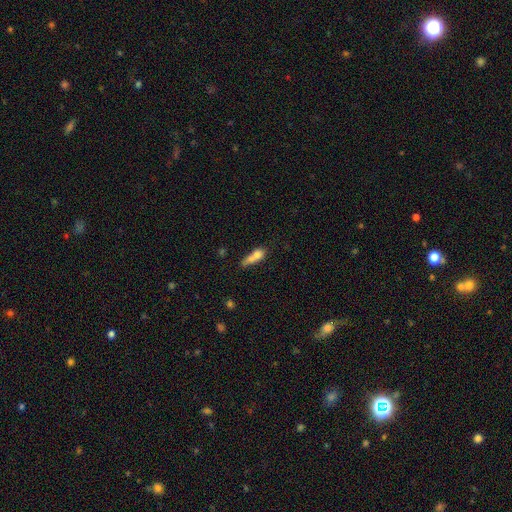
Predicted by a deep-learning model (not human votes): Smooth or featured: smooth — 67% (featured or disk — 22%)
How rounded: in between — 50% (cigar-shaped — 37%)
Merging: merger — 46% (none — 25%)